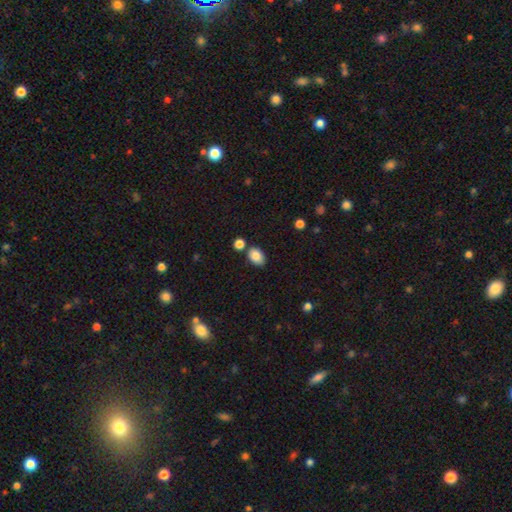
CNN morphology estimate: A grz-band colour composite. It shows a smooth galaxy with no disk features (85%) that is in between round and cigar-shaped (79%). Merging: none (75%).